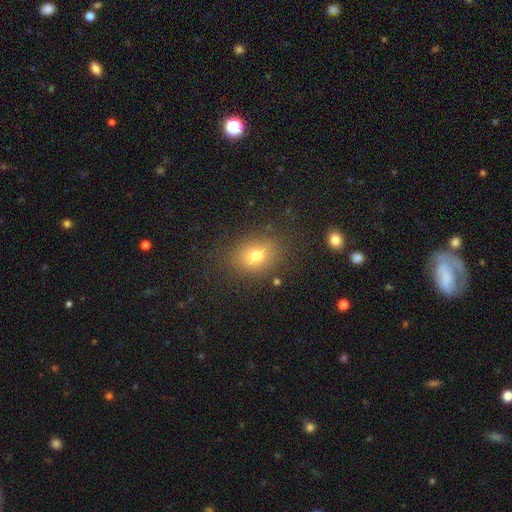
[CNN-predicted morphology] type=smooth (74%); roundness=in between (57%); merging=none (80%).